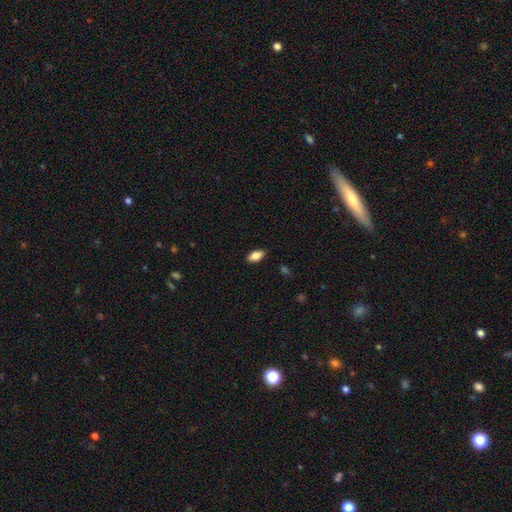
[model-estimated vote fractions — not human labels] This is clearly a smooth galaxy (84%). How rounded: clearly in between (92%). Merging: clearly none (88%).